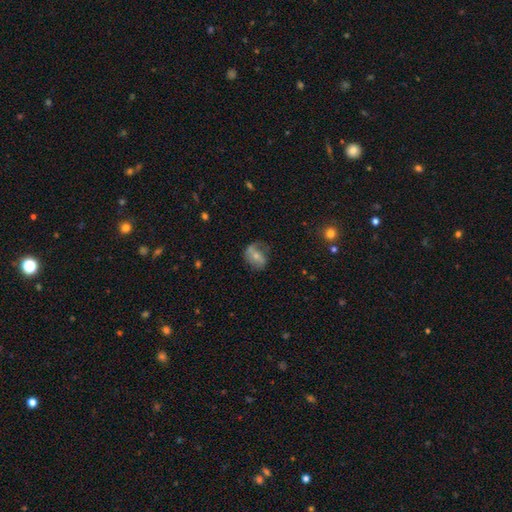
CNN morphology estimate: A featured or disk galaxy (50%).

Vote fractions:
- Smooth or featured? featured or disk: 50% / smooth: 41% / star or artifact: 9%
- Merging? none: 50% / minor disturbance: 27% / major disturbance: 20% / merger: 3%